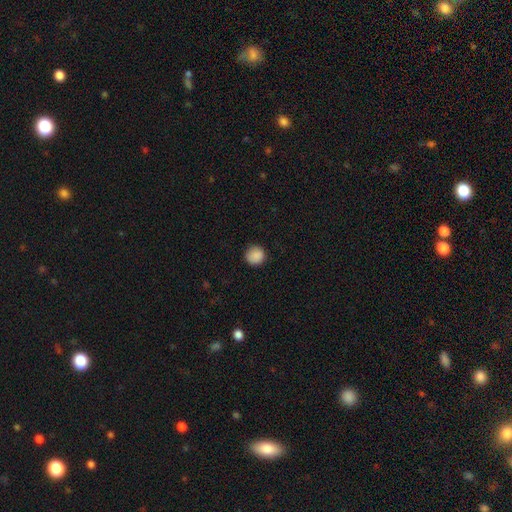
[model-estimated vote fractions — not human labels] This is clearly a smooth galaxy (88%). How rounded: clearly round (94%). Merging: clearly none (88%).